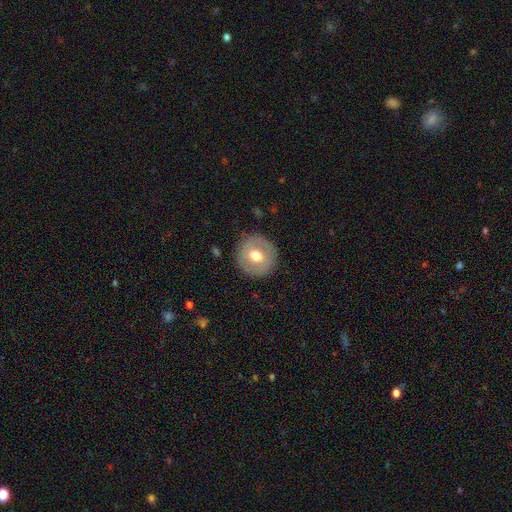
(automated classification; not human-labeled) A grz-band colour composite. It shows a smooth galaxy with no disk features (57%) that is round (94%). Merging: none (88%).